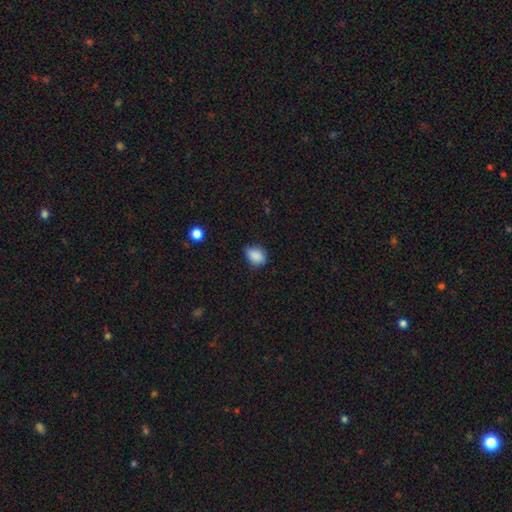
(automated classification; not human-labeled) Q: Smooth or featured?
A: smooth (87%); runner-up: star or artifact (9%)
Q: How rounded?
A: in between (67%); runner-up: round (32%)
Q: Merging?
A: none (68%); runner-up: minor disturbance (27%)